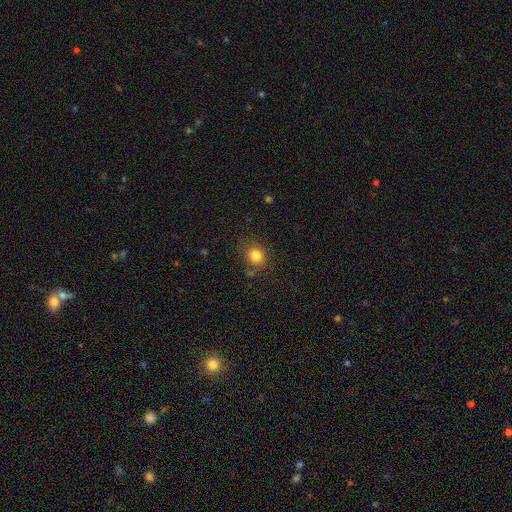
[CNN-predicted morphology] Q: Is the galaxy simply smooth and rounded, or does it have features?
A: smooth — 82%.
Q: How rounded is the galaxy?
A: round — 74%.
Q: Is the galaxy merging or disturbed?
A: none — 78%.